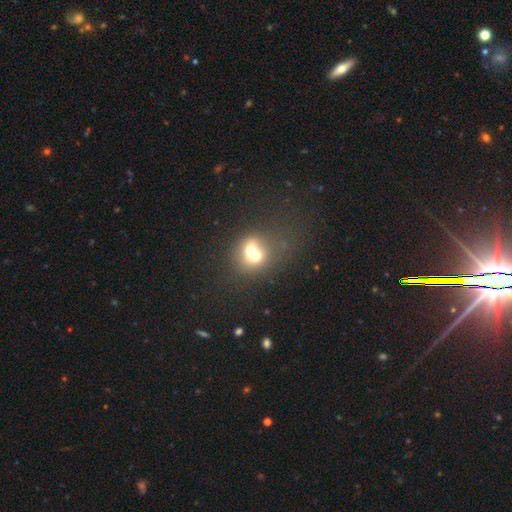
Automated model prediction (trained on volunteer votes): smooth 60%, featured or disk 27%, star or artifact 13%. Down the decision tree: how rounded — round (65%); merging — merger (67%).